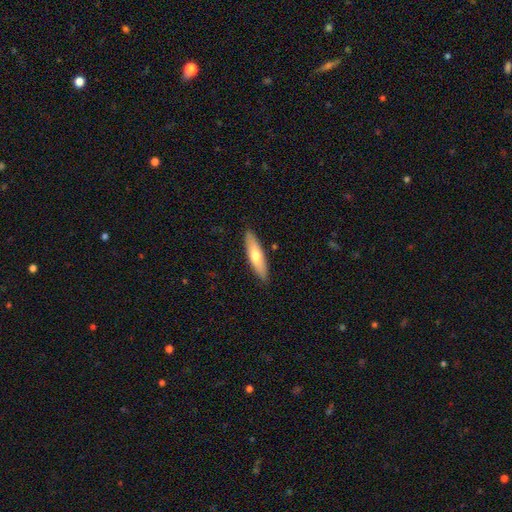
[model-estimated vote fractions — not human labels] Smooth or featured: smooth — 63% (featured or disk — 32%)
How rounded: cigar-shaped — 67% (in between — 31%)
Merging: none — 89% (minor disturbance — 8%)